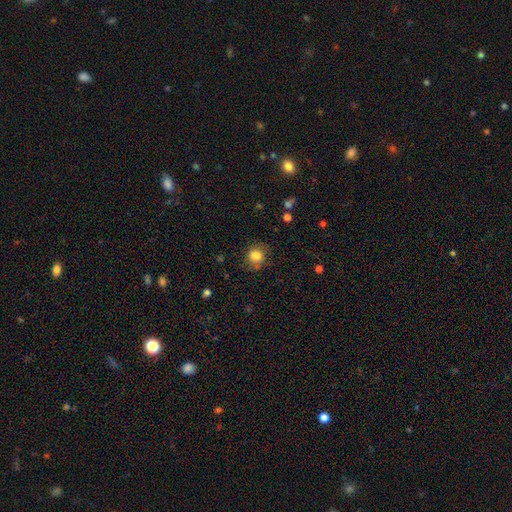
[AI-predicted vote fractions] Smooth or featured?
  - smooth: 82% *
  - star or artifact: 11%
  - featured or disk: 7%
How rounded?
  - round: 80% *
  - in between: 19%
  - cigar-shaped: 1%
Merging?
  - none: 75% *
  - minor disturbance: 18%
  - major disturbance: 6%
  - merger: 2%